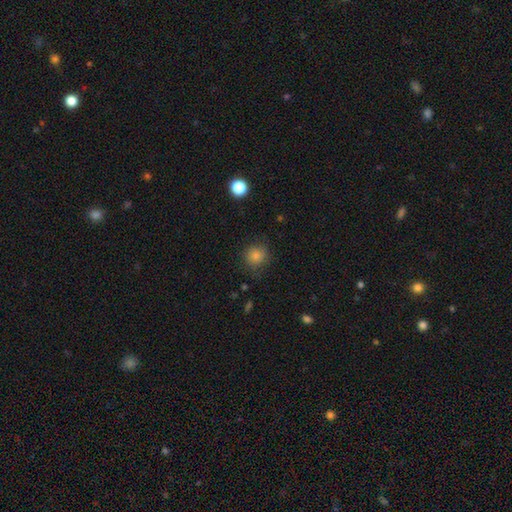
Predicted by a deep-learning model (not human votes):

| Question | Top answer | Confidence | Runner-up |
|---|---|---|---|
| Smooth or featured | smooth | 79% | star or artifact (14%) |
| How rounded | round | 88% | in between (11%) |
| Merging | none | 80% | minor disturbance (15%) |